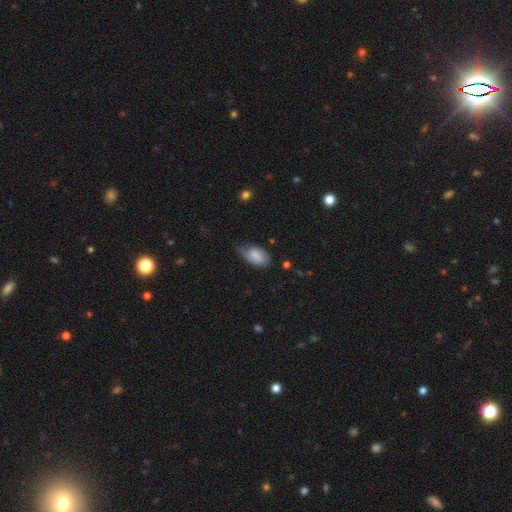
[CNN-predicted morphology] smooth_or_featured: smooth (p=0.73) [alt: featured or disk p=0.20]
how_rounded: in between (p=0.92) [alt: round p=0.06]
merging: none (p=0.44) [alt: minor disturbance p=0.41]